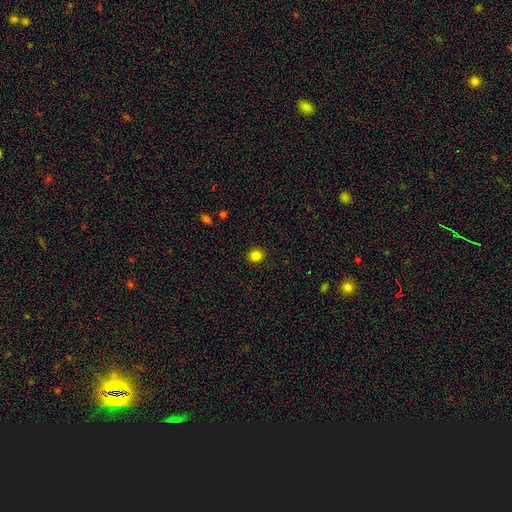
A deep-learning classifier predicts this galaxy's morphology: Smooth or featured?
  - smooth: 84% *
  - star or artifact: 12%
  - featured or disk: 4%
How rounded?
  - round: 88% *
  - in between: 11%
  - cigar-shaped: 1%
Merging?
  - none: 92% *
  - minor disturbance: 5%
  - major disturbance: 2%
  - merger: 1%